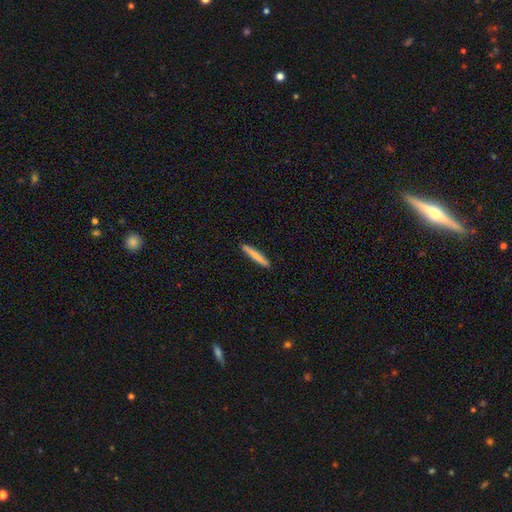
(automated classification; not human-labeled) smooth-or-featured: smooth: 78% | featured or disk: 17% | star or artifact: 5%
  how-rounded: cigar-shaped: 95% | in between: 4% | round: 1%
  merging: none: 92% | minor disturbance: 6% | major disturbance: 1% | merger: 1%